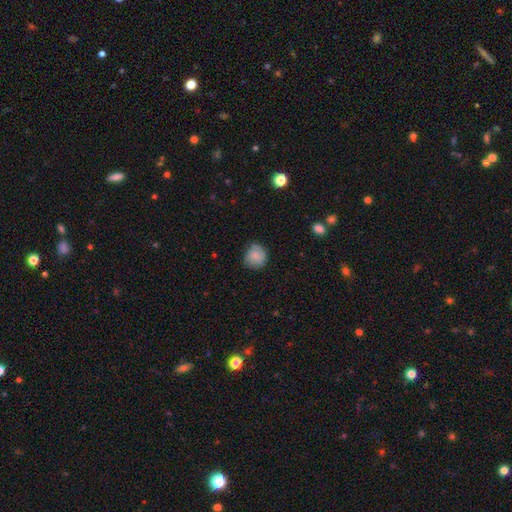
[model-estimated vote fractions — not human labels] smooth_or_featured: smooth (p=0.79) [alt: featured or disk p=0.13]
how_rounded: round (p=0.86) [alt: in between p=0.13]
merging: none (p=0.70) [alt: minor disturbance p=0.24]